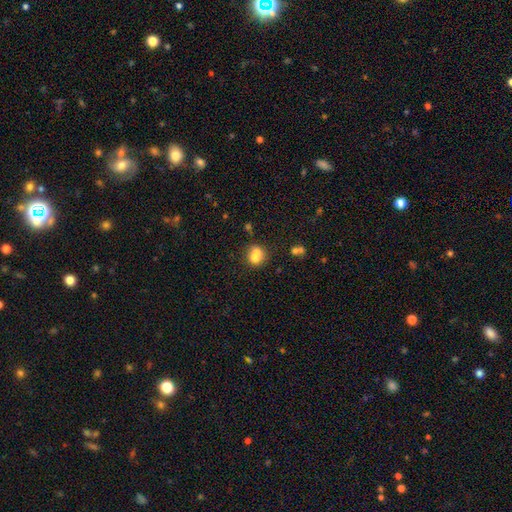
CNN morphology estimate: Smooth or featured?
  - smooth: 70% *
  - featured or disk: 19%
  - star or artifact: 11%
How rounded?
  - round: 72% *
  - in between: 27%
  - cigar-shaped: 1%
Merging?
  - merger: 56% *
  - none: 31%
  - minor disturbance: 9%
  - major disturbance: 4%